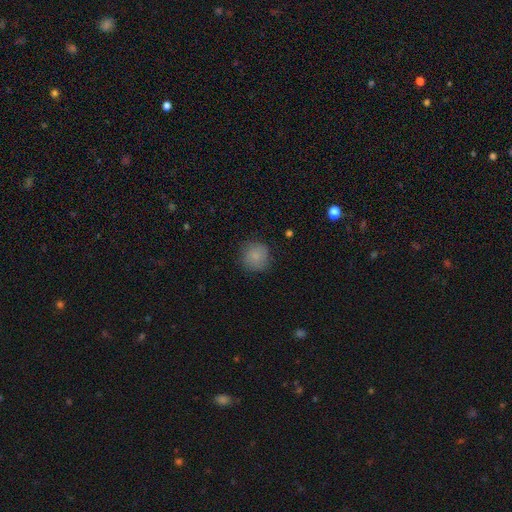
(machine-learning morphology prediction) This is clearly a smooth galaxy (83%). How rounded: clearly round (91%). Merging: likely none (77%).